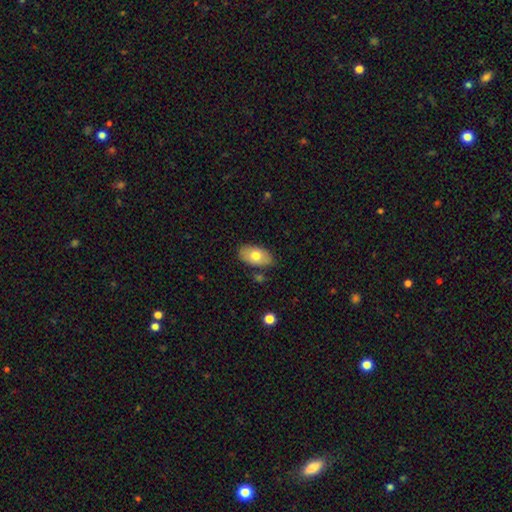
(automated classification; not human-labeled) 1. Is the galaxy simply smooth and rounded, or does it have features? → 70% smooth, 23% featured or disk, 6% star or artifact.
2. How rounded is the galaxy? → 93% in between, 5% round, 2% cigar-shaped.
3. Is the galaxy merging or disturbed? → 80% none, 14% minor disturbance, 3% merger, 3% major disturbance.